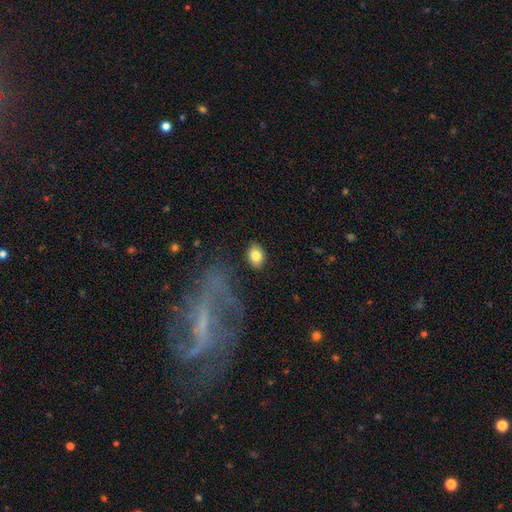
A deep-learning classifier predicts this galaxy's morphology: smooth-or-featured: smooth: 82% | featured or disk: 10% | star or artifact: 8%
  how-rounded: in between: 74% | round: 24% | cigar-shaped: 1%
  merging: none: 86% | minor disturbance: 9% | major disturbance: 3% | merger: 2%